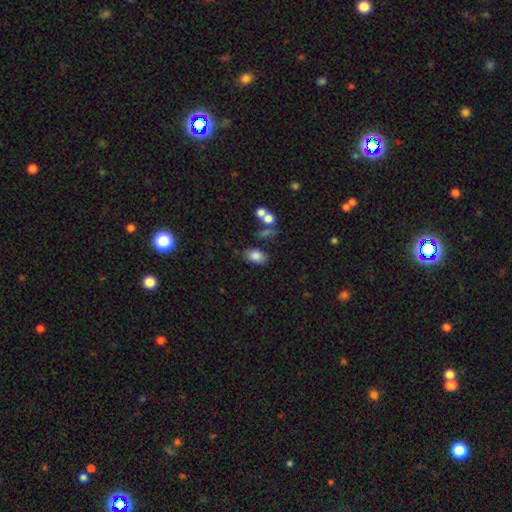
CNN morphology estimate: smooth_or_featured: smooth (p=0.82) [alt: star or artifact p=0.09]
how_rounded: in between (p=0.89) [alt: round p=0.10]
merging: none (p=0.74) [alt: minor disturbance p=0.14]